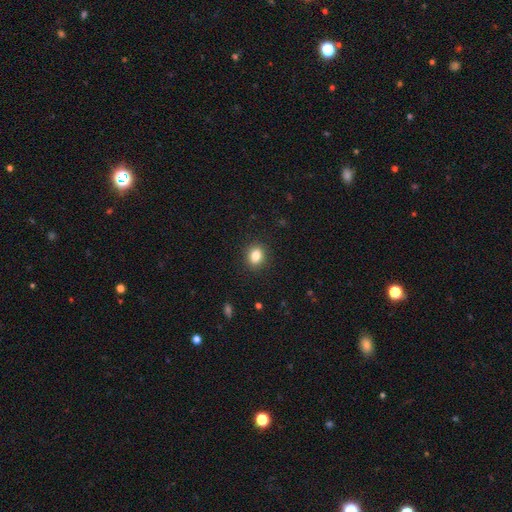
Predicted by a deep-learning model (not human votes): smooth 84%, star or artifact 10%, featured or disk 6%. Down the decision tree: how rounded — round (54%); merging — none (90%).